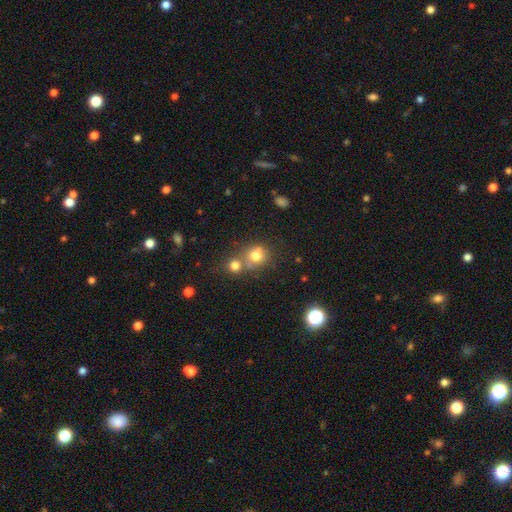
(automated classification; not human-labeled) A smooth galaxy with no disk features (73%) that is round (78%). Merging: none (44%).